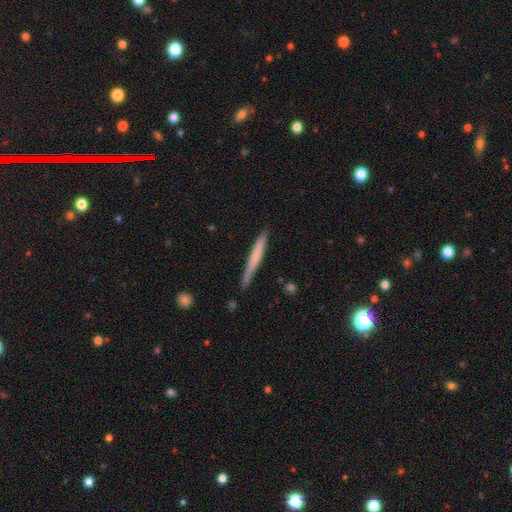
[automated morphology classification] Overall: smooth (57%; featured or disk 38%). How rounded: cigar-shaped (96%). Merging: none (82%).